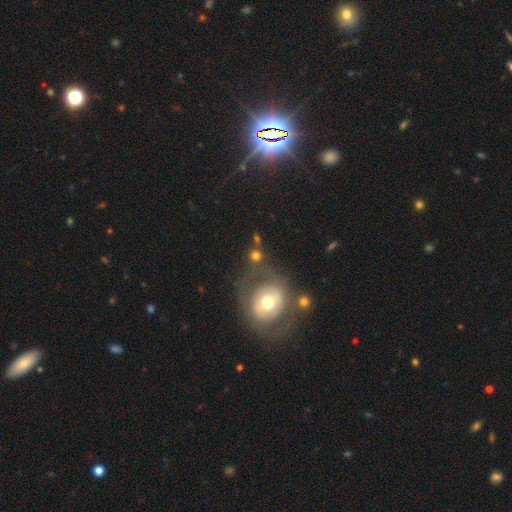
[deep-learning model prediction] Morphology: type=smooth (64%); roundness=round (83%); merging=none (59%).